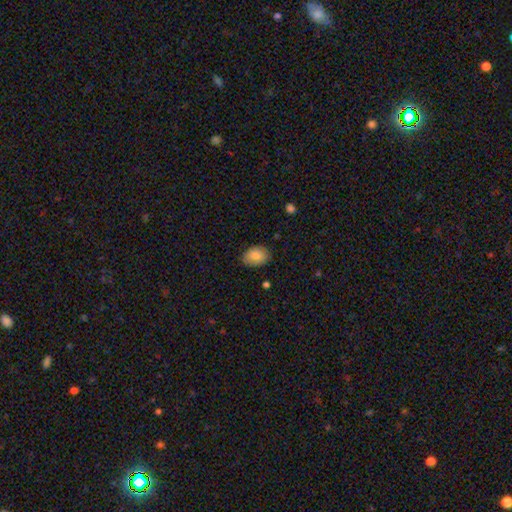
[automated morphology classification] smooth 84%, featured or disk 9%, star or artifact 7%. Down the decision tree: how rounded — in between (81%); merging — none (82%).